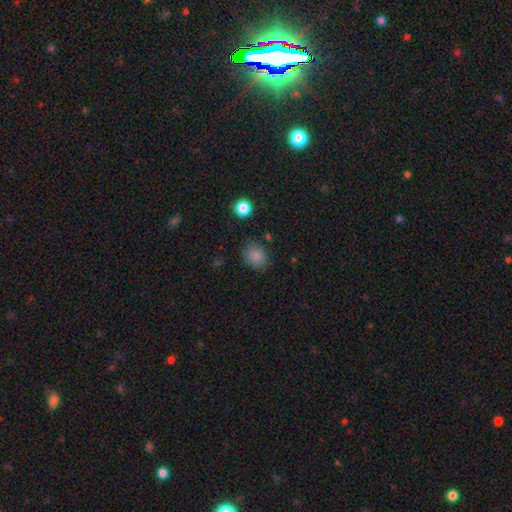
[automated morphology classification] A smooth galaxy with no disk features (83%) that is round (57%).

Vote fractions:
- Smooth or featured? smooth: 83% / star or artifact: 11% / featured or disk: 6%
- How rounded? round: 57% / in between: 42% / cigar-shaped: 1%
- Merging? none: 78% / minor disturbance: 15% / major disturbance: 4% / merger: 2%